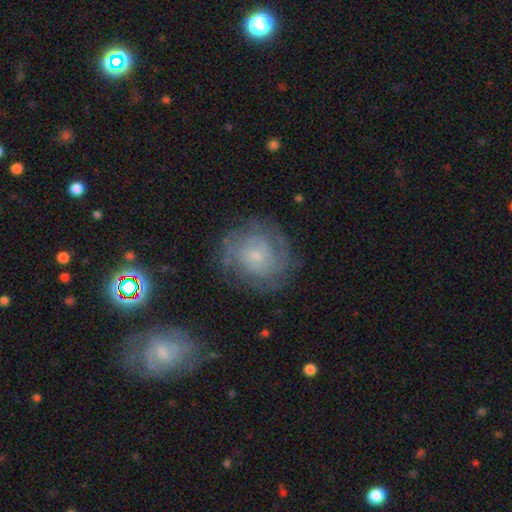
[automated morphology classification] Smooth or featured? featured or disk (69%)
Edge-on disk? no (97%)
Bar? no (74%)
Spiral arms? yes (89%)
Spiral winding? tight (67%)
Spiral arm count? can't tell (47%)
Bulge size? small (77%)
Merging? none (76%)